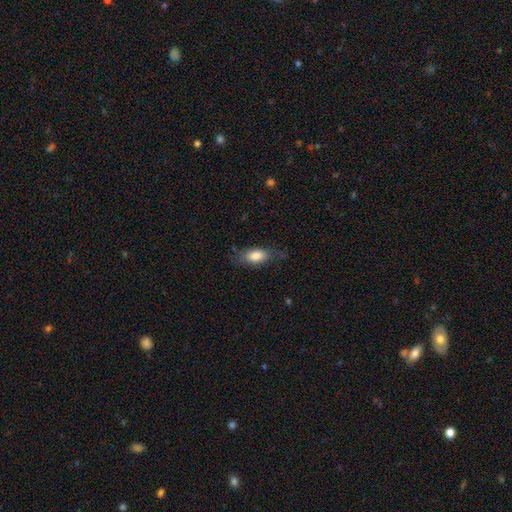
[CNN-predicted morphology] This is likely a smooth galaxy (79%). How rounded: clearly in between (85%). Merging: likely none (66%).